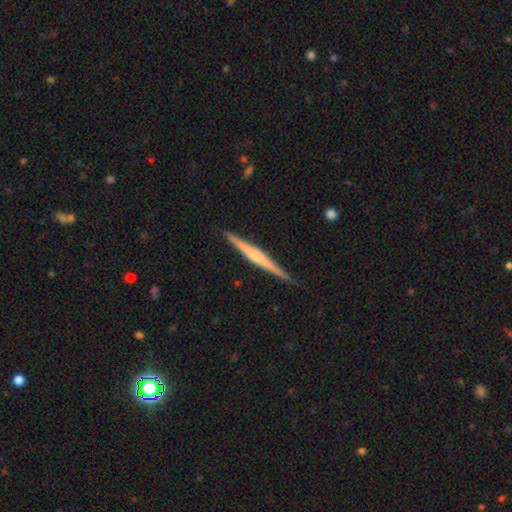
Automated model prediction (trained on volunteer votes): featured or disk 72%, smooth 23%, star or artifact 5%. Down the decision tree: edge-on disk — yes (98%); edge-on bulge — rounded (60%); merging — none (90%).